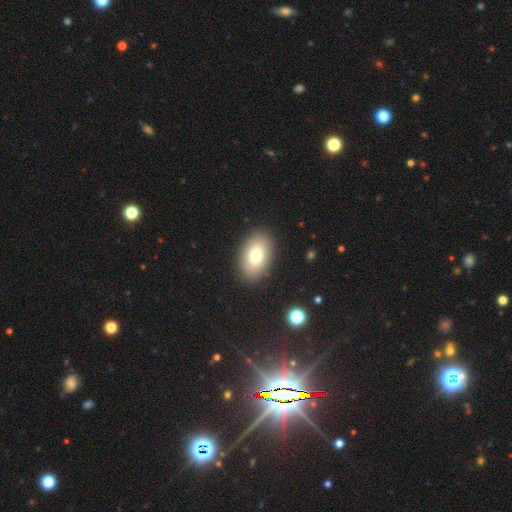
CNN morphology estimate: A smooth galaxy with no disk features (76%) that is in between round and cigar-shaped (90%). Merging: none (89%).